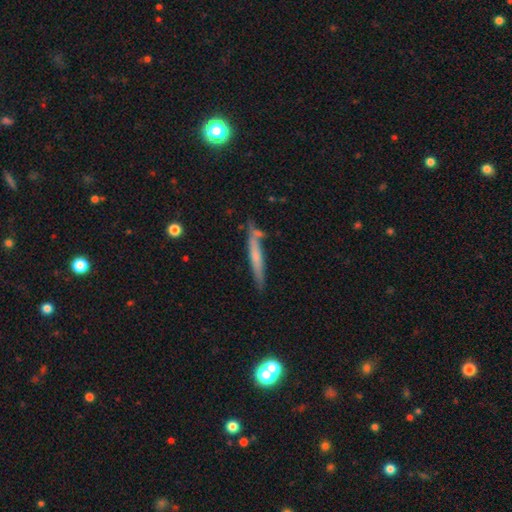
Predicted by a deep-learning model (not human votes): This appears to be a smooth galaxy with no disk features (52%) that is cigar-shaped (95%). Merging: none (73%).